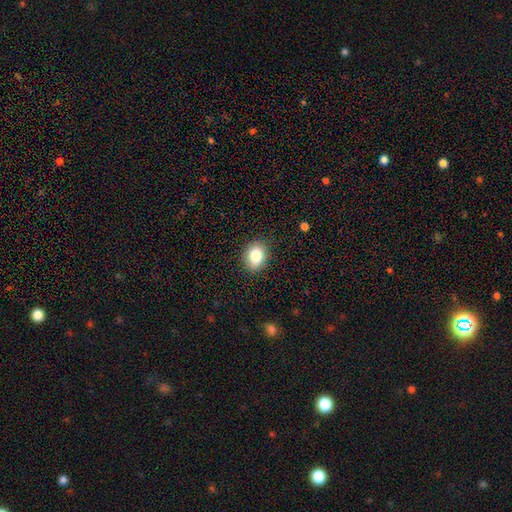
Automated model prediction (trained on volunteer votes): Overall: smooth (83%). How rounded: in between (63%; round 36%). Merging: none (86%).